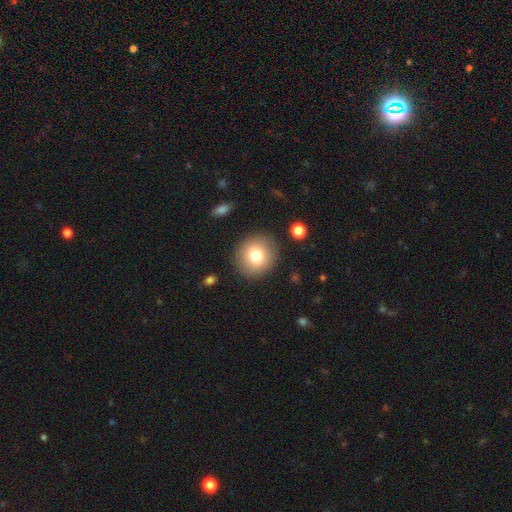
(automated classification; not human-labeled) Smooth or featured? smooth (78%)
How rounded? round (88%)
Merging? none (89%)